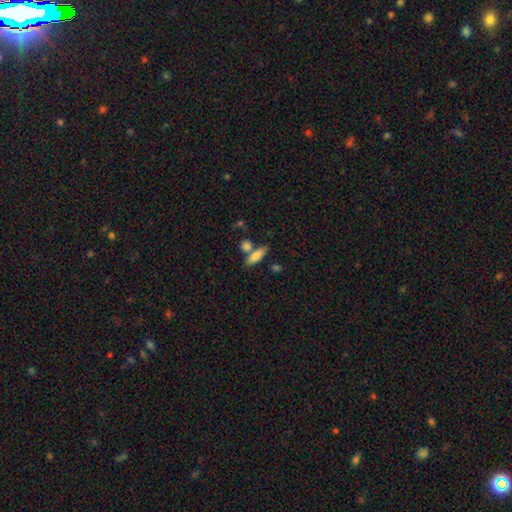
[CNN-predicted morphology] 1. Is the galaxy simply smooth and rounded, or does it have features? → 78% smooth, 15% featured or disk, 7% star or artifact.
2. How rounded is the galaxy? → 55% in between, 40% cigar-shaped, 5% round.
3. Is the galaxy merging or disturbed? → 63% none, 22% merger, 11% minor disturbance, 4% major disturbance.